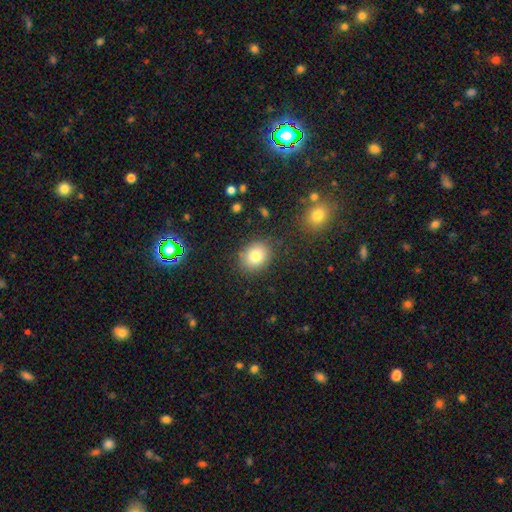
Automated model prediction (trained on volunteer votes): smooth-or-featured: smooth: 79% | star or artifact: 11% | featured or disk: 10%
  how-rounded: round: 58% | in between: 42% | cigar-shaped: 1%
  merging: none: 84% | minor disturbance: 11% | major disturbance: 3% | merger: 2%